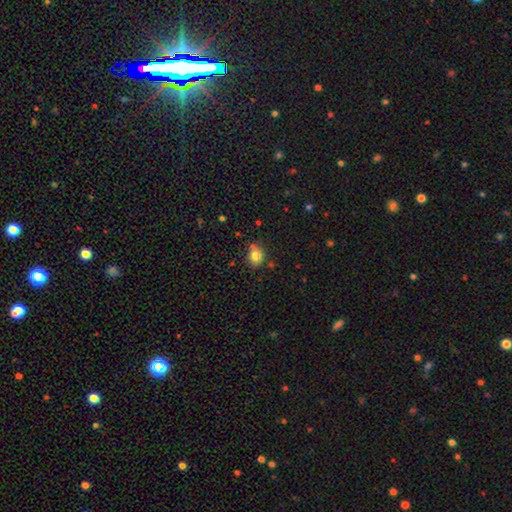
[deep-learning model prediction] smooth-or-featured: smooth: 80% | star or artifact: 11% | featured or disk: 9%
  how-rounded: round: 61% | in between: 38% | cigar-shaped: 1%
  merging: none: 69% | minor disturbance: 22% | merger: 4% | major disturbance: 4%